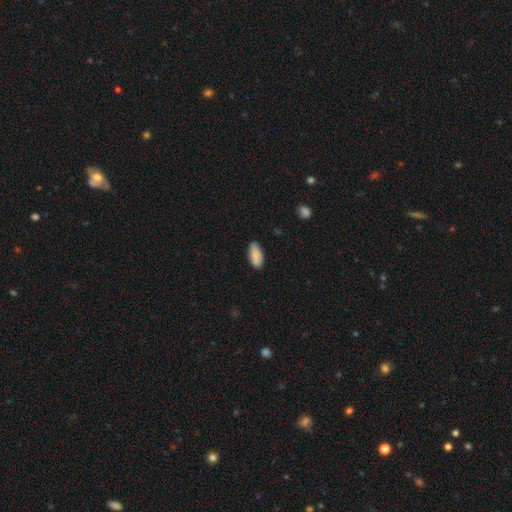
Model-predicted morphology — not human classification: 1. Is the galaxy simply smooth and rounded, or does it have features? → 86% smooth, 7% featured or disk, 7% star or artifact.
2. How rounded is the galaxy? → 88% in between, 10% cigar-shaped, 2% round.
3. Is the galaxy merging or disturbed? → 75% none, 20% minor disturbance, 3% major disturbance, 2% merger.